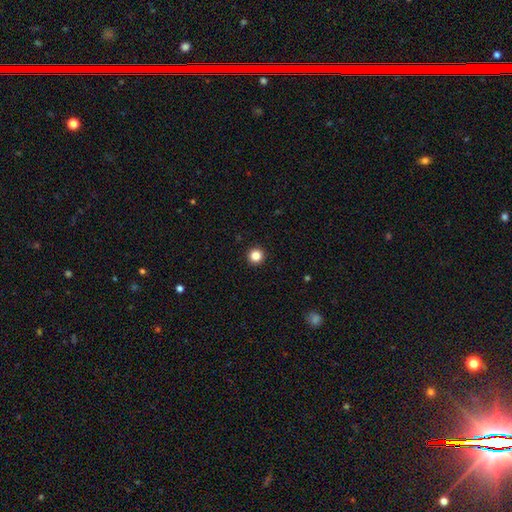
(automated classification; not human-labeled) This appears to be a smooth galaxy with no disk features (85%) that is round (96%). Merging: none (94%).